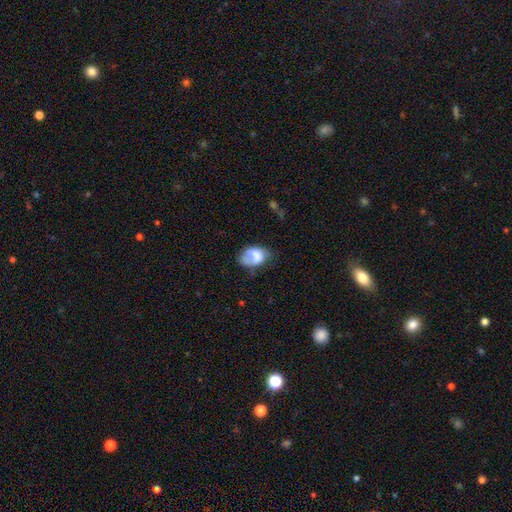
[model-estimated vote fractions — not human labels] smooth-or-featured: smooth: 64% | featured or disk: 27% | star or artifact: 8%
  how-rounded: in between: 81% | round: 18% | cigar-shaped: 1%
  merging: none: 36% | minor disturbance: 33% | major disturbance: 25% | merger: 6%